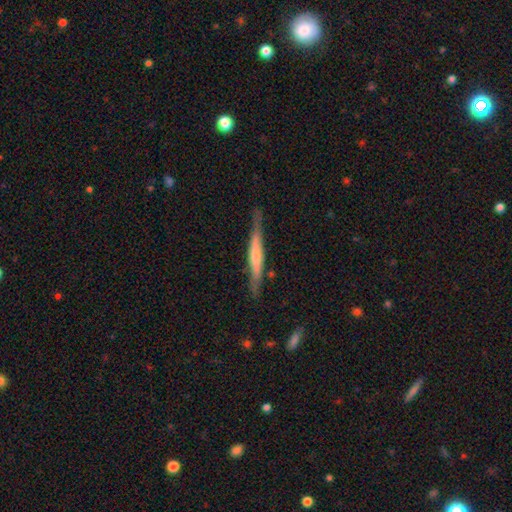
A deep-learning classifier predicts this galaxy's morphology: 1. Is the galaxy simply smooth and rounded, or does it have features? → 56% featured or disk, 39% smooth, 5% star or artifact.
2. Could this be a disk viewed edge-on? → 95% yes, 5% no.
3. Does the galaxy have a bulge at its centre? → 41% rounded, 39% none, 20% boxy.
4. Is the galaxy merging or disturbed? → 81% none, 14% minor disturbance, 3% major disturbance, 2% merger.